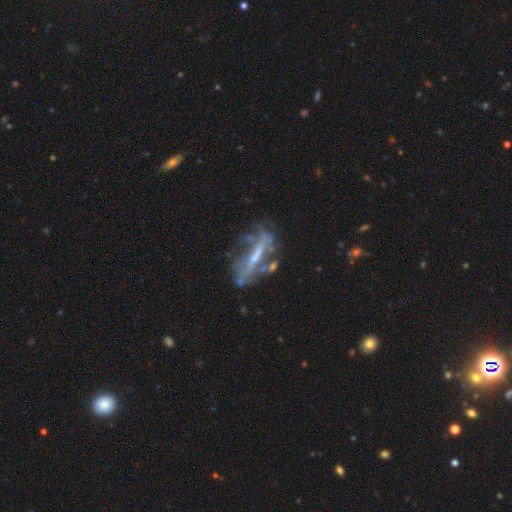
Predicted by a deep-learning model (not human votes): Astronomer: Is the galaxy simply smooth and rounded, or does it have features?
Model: featured or disk — 72%.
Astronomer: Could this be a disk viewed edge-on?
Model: no — 67%.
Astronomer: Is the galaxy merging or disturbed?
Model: none — 49%.